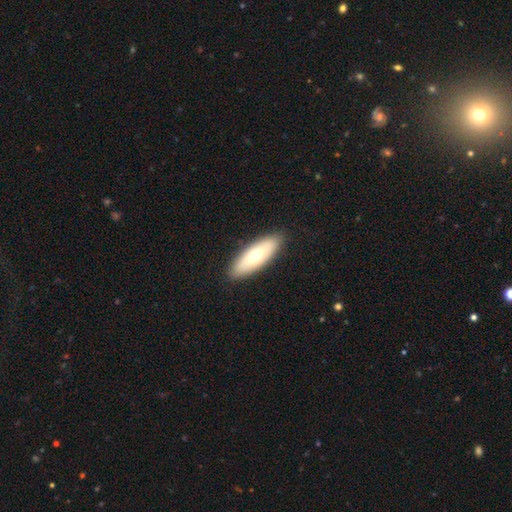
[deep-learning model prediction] Smooth or featured? smooth (62%)
How rounded? in between (64%)
Merging? none (90%)